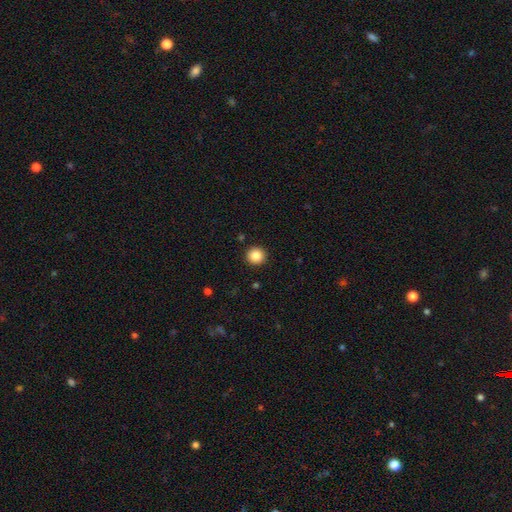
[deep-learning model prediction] smooth-or-featured: smooth: 86% | star or artifact: 10% | featured or disk: 4%
  how-rounded: round: 94% | in between: 5% | cigar-shaped: 1%
  merging: none: 92% | minor disturbance: 5% | major disturbance: 2% | merger: 1%